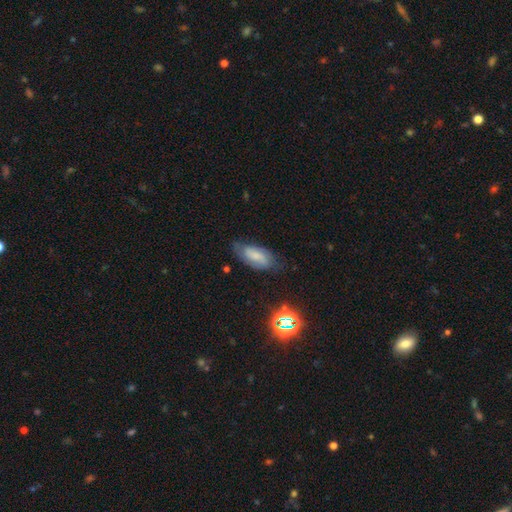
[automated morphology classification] This appears to be a smooth galaxy with no disk features (49%). Merging: none (63%).